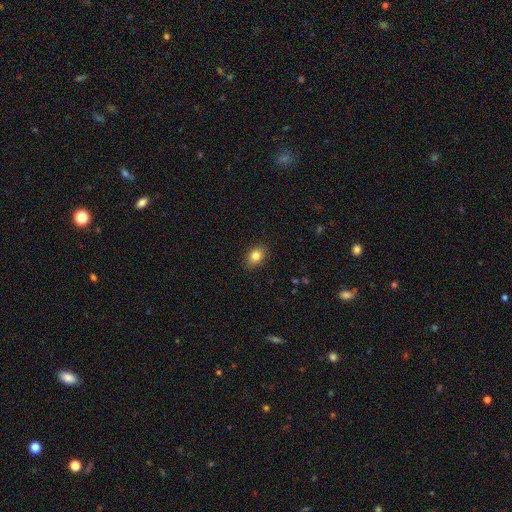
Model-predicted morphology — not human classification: Smooth or featured?
  - smooth: 83% *
  - star or artifact: 9%
  - featured or disk: 8%
How rounded?
  - in between: 70% *
  - round: 28%
  - cigar-shaped: 1%
Merging?
  - none: 88% *
  - minor disturbance: 9%
  - major disturbance: 2%
  - merger: 1%